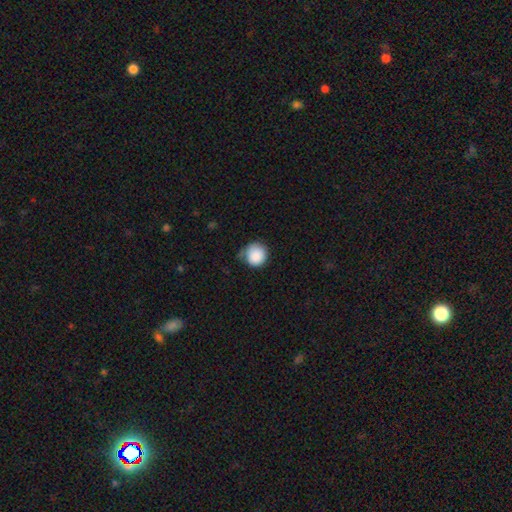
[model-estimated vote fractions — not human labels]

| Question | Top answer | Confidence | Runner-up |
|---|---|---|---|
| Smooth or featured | smooth | 88% | star or artifact (8%) |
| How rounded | round | 92% | in between (7%) |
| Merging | none | 57% | minor disturbance (32%) |